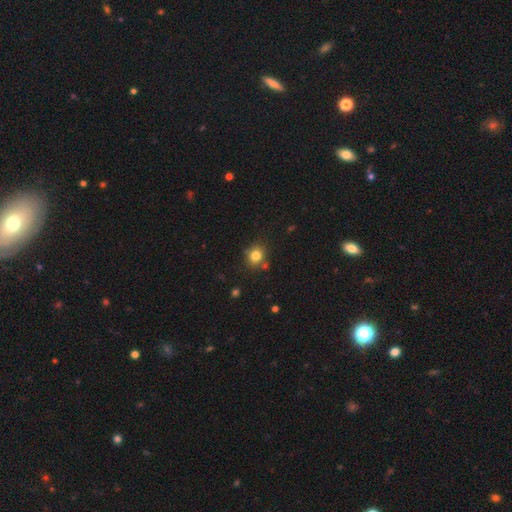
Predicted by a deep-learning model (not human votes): Smooth or featured? Predicted: smooth (p=0.80). How rounded? Predicted: round (p=0.81). Merging? Predicted: none (p=0.79).